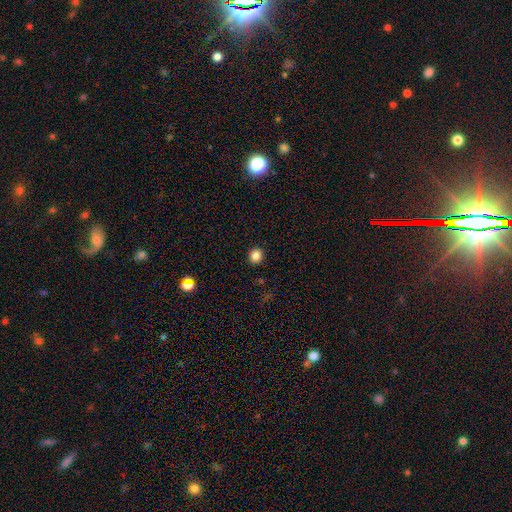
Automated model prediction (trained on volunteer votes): A smooth galaxy with no disk features (84%) that is round (82%).

Vote fractions:
- Smooth or featured? smooth: 84% / star or artifact: 11% / featured or disk: 4%
- How rounded? round: 82% / in between: 17% / cigar-shaped: 1%
- Merging? none: 91% / minor disturbance: 6% / major disturbance: 2% / merger: 1%